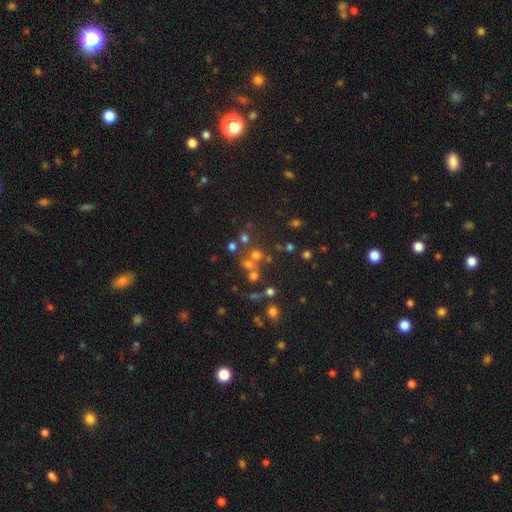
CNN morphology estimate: A smooth galaxy with no disk features (48%).

Vote fractions:
- Smooth or featured? smooth: 48% / star or artifact: 34% / featured or disk: 18%
- Merging? none: 55% / merger: 31% / minor disturbance: 9% / major disturbance: 6%